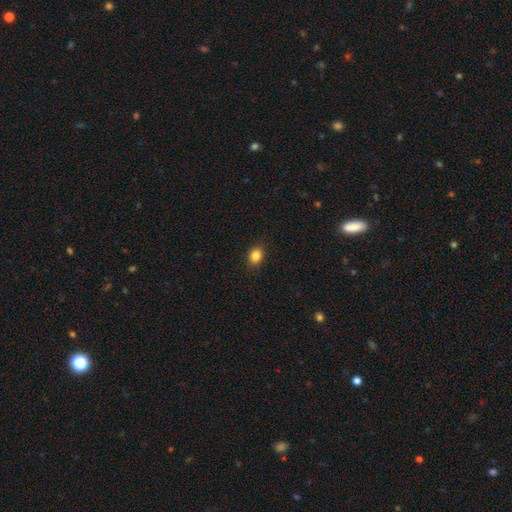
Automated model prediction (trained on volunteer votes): A smooth galaxy with no disk features (85%) that is round (50%).

Vote fractions:
- Smooth or featured? smooth: 85% / star or artifact: 10% / featured or disk: 4%
- How rounded? round: 50% / in between: 49% / cigar-shaped: 1%
- Merging? none: 88% / minor disturbance: 9% / major disturbance: 2% / merger: 1%